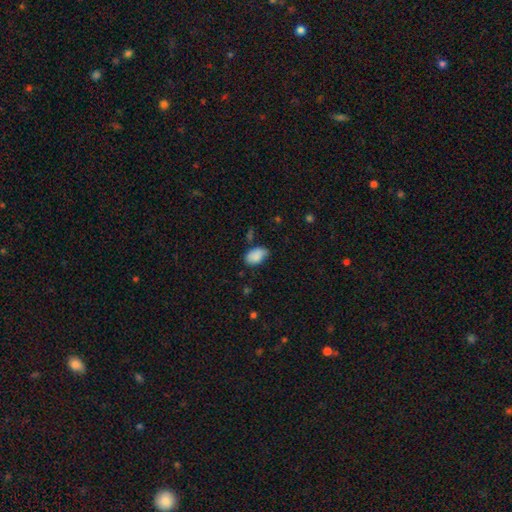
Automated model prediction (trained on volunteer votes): Smooth or featured? Predicted: smooth (p=0.86). How rounded? Predicted: in between (p=0.91). Merging? Predicted: none (p=0.58).